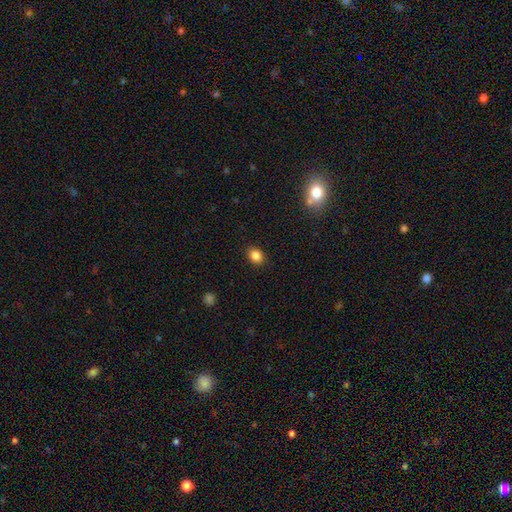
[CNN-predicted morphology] type=smooth (85%); roundness=in between (56%); merging=none (90%).